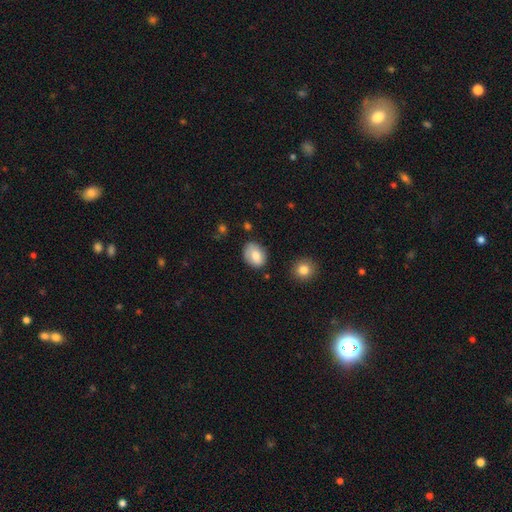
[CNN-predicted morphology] This appears to be a smooth galaxy with no disk features (77%) that is in between round and cigar-shaped (67%). Merging: none (75%).